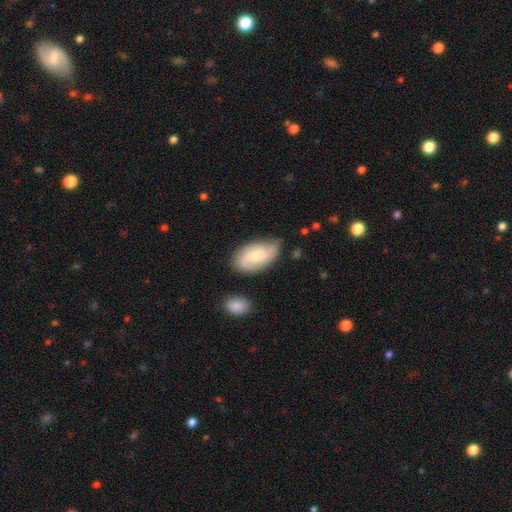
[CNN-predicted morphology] Q: Smooth or featured?
A: featured or disk (47%); runner-up: smooth (46%)
Q: Merging?
A: none (67%); runner-up: minor disturbance (24%)